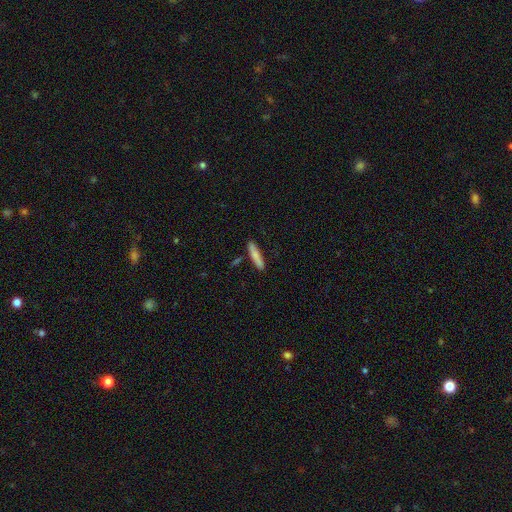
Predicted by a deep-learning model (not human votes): Q: Smooth or featured?
A: smooth (79%); runner-up: featured or disk (15%)
Q: How rounded?
A: cigar-shaped (88%); runner-up: in between (10%)
Q: Merging?
A: none (83%); runner-up: minor disturbance (11%)